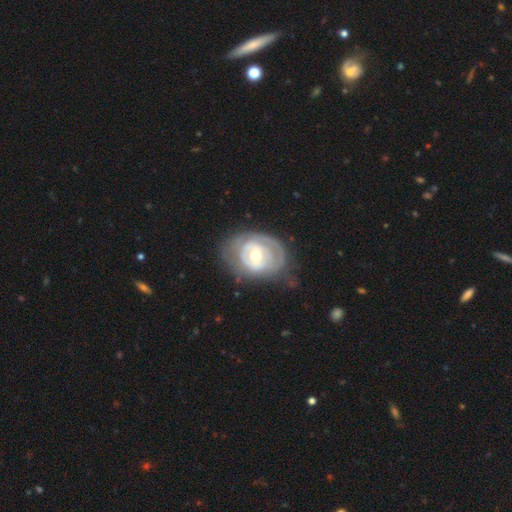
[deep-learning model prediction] A featured or disk galaxy (77%) with a weak bar (41%), spiral arms (62%) and a moderate central bulge (72%).

Vote fractions:
- Smooth or featured? featured or disk: 77% / smooth: 19% / star or artifact: 5%
- Edge-on disk? no: 96% / yes: 4%
- Bar? weak: 41% / no: 39% / strong: 20%
- Spiral arms? yes: 62% / no: 38%
- Bulge size? moderate: 72% / small: 19% / large: 8% / dominant: 1% / none: 1%
- Merging? none: 60% / minor disturbance: 24% / major disturbance: 14% / merger: 2%